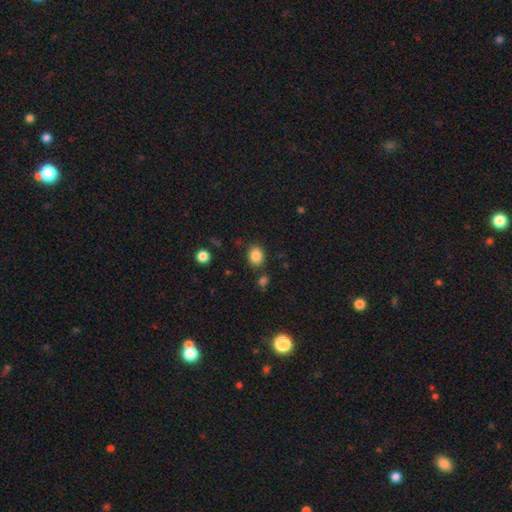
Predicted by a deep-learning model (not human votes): A smooth galaxy with no disk features (86%) that is in between round and cigar-shaped (54%). Merging: none (80%).